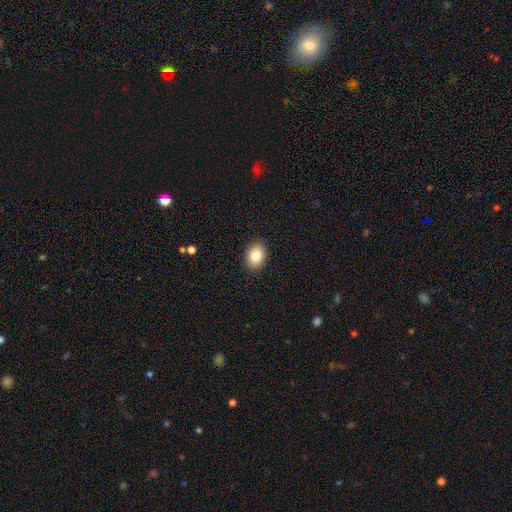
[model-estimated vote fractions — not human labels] Smooth or featured? Predicted: smooth (p=0.84). How rounded? Predicted: in between (p=0.70). Merging? Predicted: none (p=0.90).